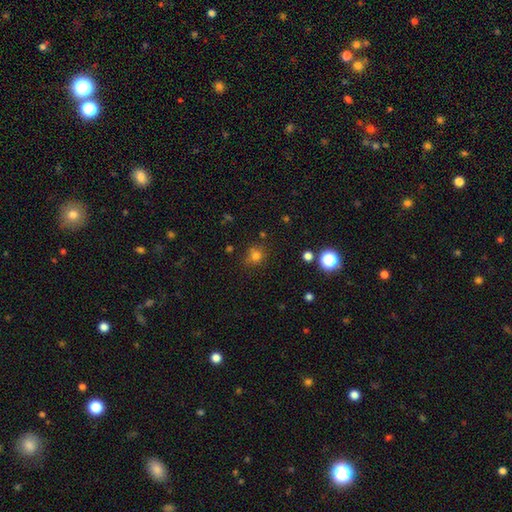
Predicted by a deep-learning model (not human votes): Smooth or featured: smooth — 75% (star or artifact — 18%)
How rounded: round — 84% (in between — 15%)
Merging: none — 72% (minor disturbance — 16%)